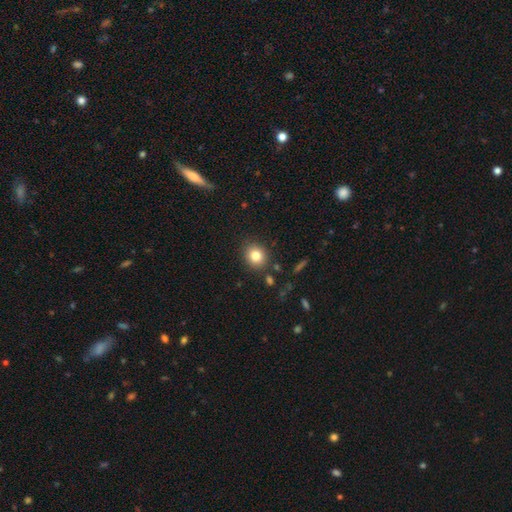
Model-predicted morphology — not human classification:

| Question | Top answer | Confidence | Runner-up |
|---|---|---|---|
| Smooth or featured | smooth | 81% | star or artifact (11%) |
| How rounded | round | 78% | in between (21%) |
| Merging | none | 87% | minor disturbance (8%) |